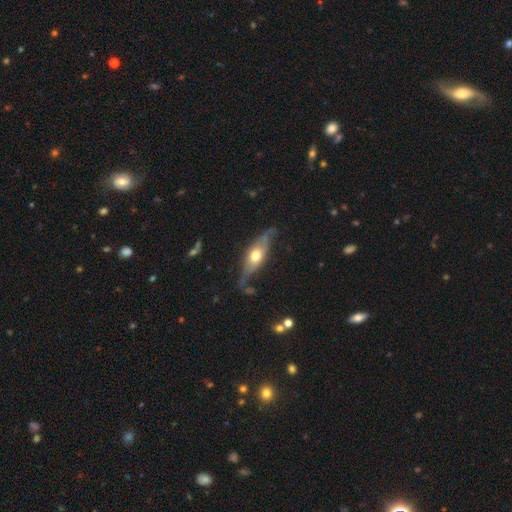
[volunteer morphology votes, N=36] Smooth or featured: featured or disk — 64% (smooth — 33%)
Edge-on disk: yes — 78% (no — 22%)
Edge-on bulge: rounded — 72% (none — 17%)
Merging: none — 60% (minor disturbance — 26%)